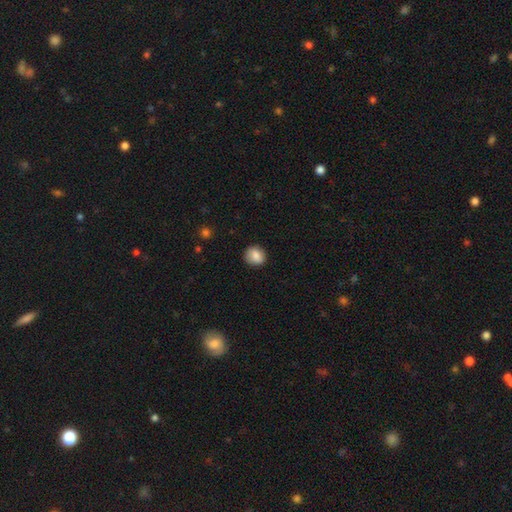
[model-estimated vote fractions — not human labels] The model was most divided on "how rounded": round: 79%, in between: 20%, cigar-shaped: 1%. More confident: merging — none (84%); smooth or featured — smooth (82%).